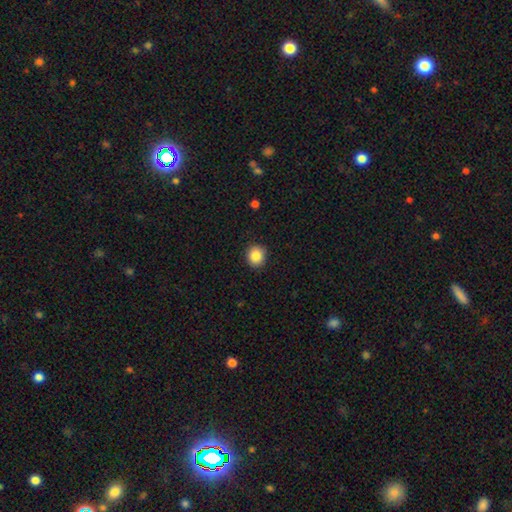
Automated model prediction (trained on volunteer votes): Smooth or featured? Predicted: smooth (p=0.87). How rounded? Predicted: round (p=0.80). Merging? Predicted: none (p=0.89).